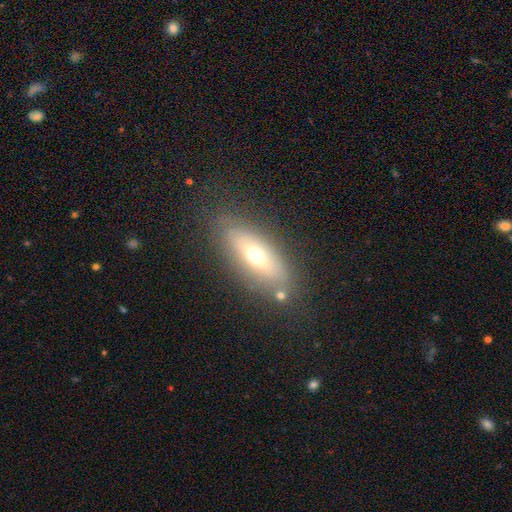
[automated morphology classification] smooth_or_featured: smooth (p=0.51) [alt: featured or disk p=0.40]
how_rounded: in between (p=0.62) [alt: cigar-shaped p=0.34]
merging: none (p=0.78) [alt: minor disturbance p=0.14]